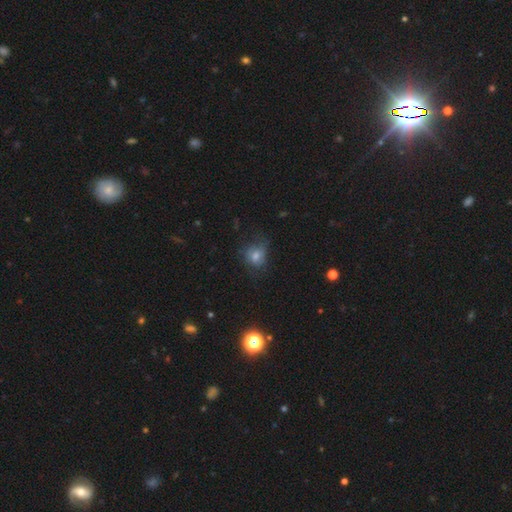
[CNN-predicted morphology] This is possibly a smooth galaxy (57%). How rounded: likely round (69%). Merging: possibly none (57%).